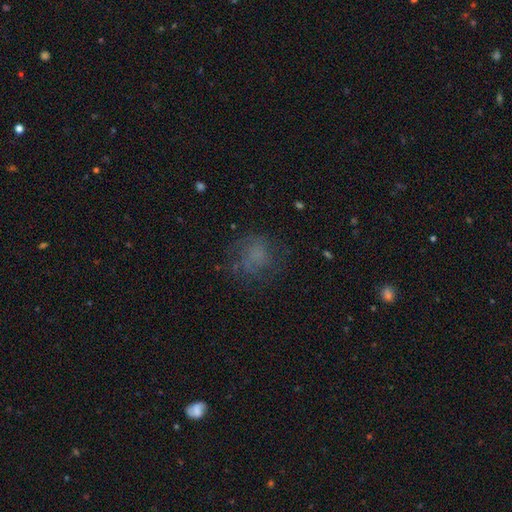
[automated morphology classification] The model was most divided on "smooth or featured": smooth: 49%, featured or disk: 32%, star or artifact: 19%. More confident: merging — none (64%).